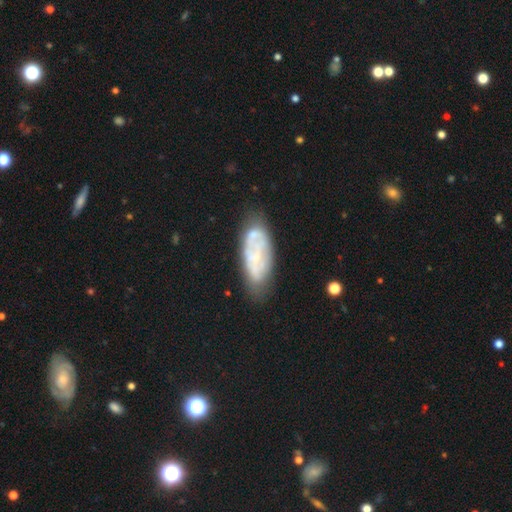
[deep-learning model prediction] This appears to be a featured or disk galaxy (59%) with no bar (76%), no spiral arms (58%) and a small central bulge (51%). Merging: none (64%).